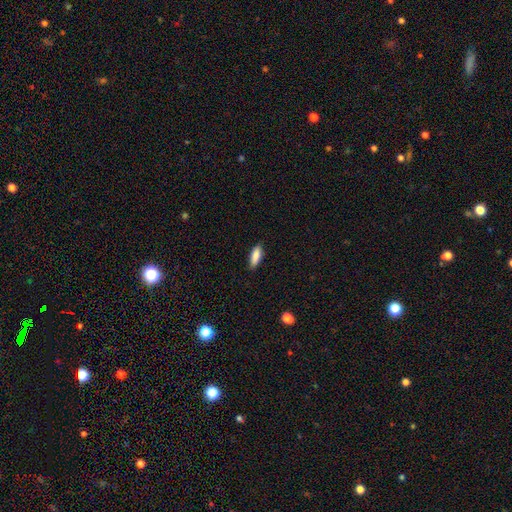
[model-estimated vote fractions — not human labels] Smooth or featured: smooth — 86% (featured or disk — 8%)
How rounded: in between — 62% (cigar-shaped — 36%)
Merging: none — 85% (minor disturbance — 12%)